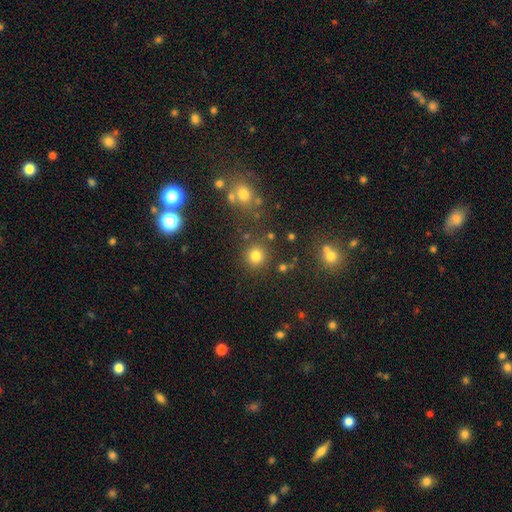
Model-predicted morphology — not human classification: This is likely a smooth galaxy (79%). How rounded: clearly round (92%). Merging: clearly none (85%).